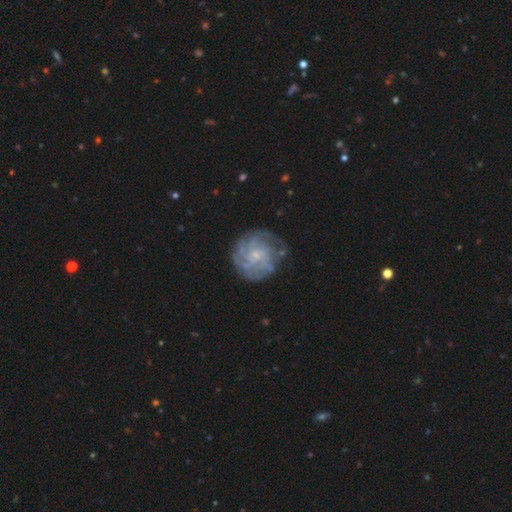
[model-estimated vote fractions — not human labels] This is likely a featured or disk galaxy (75%). It is clearly not viewed edge-on (98%). Bar: likely no (68%). Spiral arm pattern: clearly yes (89%). Spiral arm count: marginally can't tell (43%). Spiral winding: likely tight (61%). Central bulge: likely small (63%). Merging: likely none (75%).